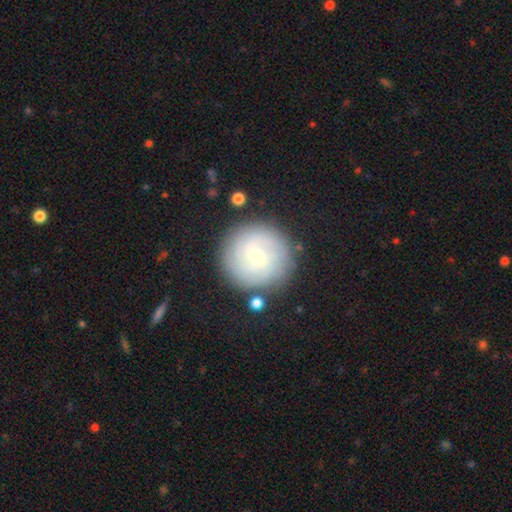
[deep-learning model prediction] smooth-or-featured: featured or disk: 68% | smooth: 24% | star or artifact: 8%
  disk-edge-on: no: 98% | yes: 2%
    bar: no: 57% | weak: 37% | strong: 6%
    has-spiral-arms: yes: 91% | no: 9%
      spiral-winding: tight: 68% | medium: 24% | loose: 8%
      spiral-arm-count: can't tell: 34% | 2: 23% | 3: 19% | 4: 12% | more than 4: 6% | 1: 6%
    bulge-size: small: 64% | moderate: 32% | large: 1% | none: 1% | dominant: 1%
  merging: none: 86% | minor disturbance: 9% | major disturbance: 3% | merger: 2%